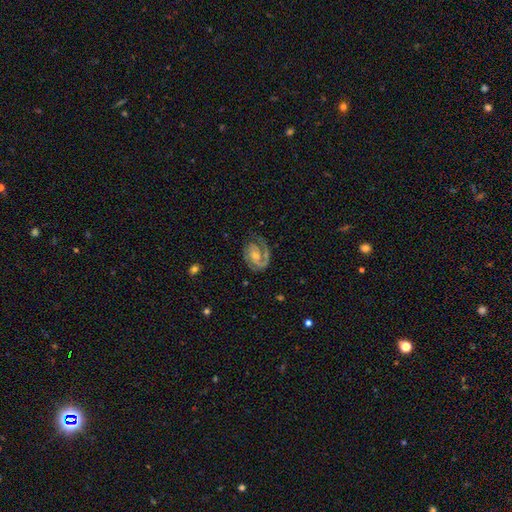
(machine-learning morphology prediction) smooth_or_featured: featured or disk (p=0.86) [alt: smooth p=0.08]
disk_edge_on: no (p=0.97) [alt: yes p=0.03]
bar: no (p=0.50) [alt: weak p=0.40]
has_spiral_arms: yes (p=0.96) [alt: no p=0.04]
spiral_winding: tight (p=0.52) [alt: medium p=0.38]
spiral_arm_count: 2 (p=0.57) [alt: 1 p=0.31]
bulge_size: moderate (p=0.46) [alt: small p=0.45]
merging: none (p=0.69) [alt: minor disturbance p=0.17]